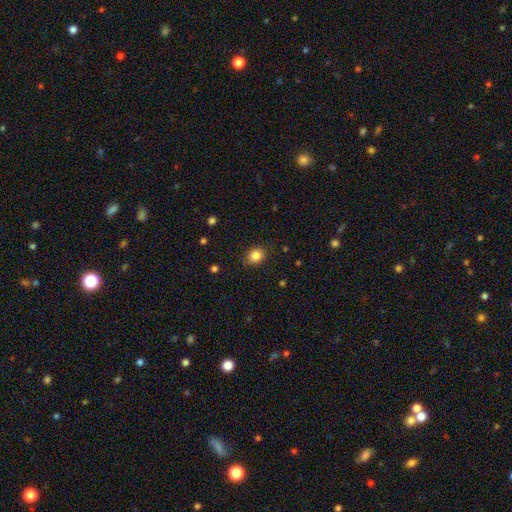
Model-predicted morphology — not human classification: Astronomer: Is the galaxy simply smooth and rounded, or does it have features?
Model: smooth — 84%.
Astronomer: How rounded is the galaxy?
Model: round — 77%.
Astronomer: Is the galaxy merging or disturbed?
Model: none — 83%.